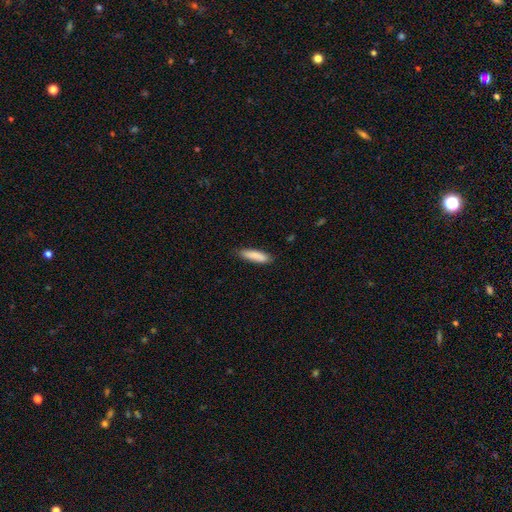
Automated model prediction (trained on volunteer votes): A smooth galaxy with no disk features (86%) that is cigar-shaped (68%). Merging: none (84%).